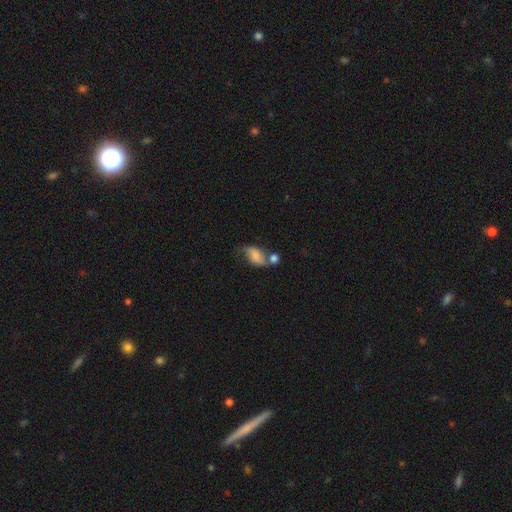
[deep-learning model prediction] smooth-or-featured: smooth: 55% | featured or disk: 35% | star or artifact: 10%
  how-rounded: in between: 86% | round: 11% | cigar-shaped: 4%
  merging: merger: 34% | none: 33% | minor disturbance: 20% | major disturbance: 12%